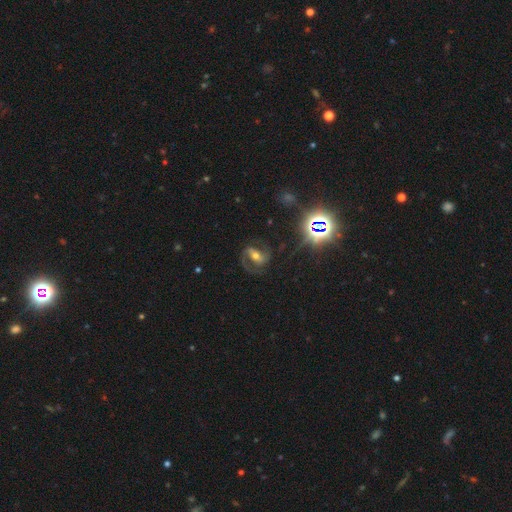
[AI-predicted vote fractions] Smooth or featured?
  - featured or disk: 76% *
  - star or artifact: 15%
  - smooth: 10%
Edge-on disk?
  - no: 96% *
  - yes: 4%
Bar?
  - strong: 45% *
  - weak: 31%
  - no: 24%
Spiral arms?
  - yes: 92% *
  - no: 8%
Spiral winding?
  - medium: 56% *
  - loose: 23%
  - tight: 21%
Spiral arm count?
  - 2: 87% *
  - 1: 5%
  - can't tell: 4%
  - 3: 2%
  - 4: 1%
  - more than 4: 1%
Bulge size?
  - moderate: 64% *
  - small: 27%
  - large: 6%
  - none: 2%
  - dominant: 1%
Merging?
  - none: 72% *
  - minor disturbance: 14%
  - major disturbance: 12%
  - merger: 2%